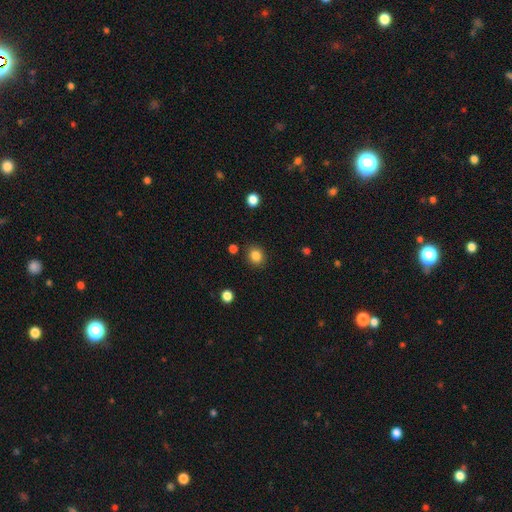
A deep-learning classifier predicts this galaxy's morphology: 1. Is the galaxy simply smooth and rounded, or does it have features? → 84% smooth, 11% star or artifact, 4% featured or disk.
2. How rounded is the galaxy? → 77% round, 22% in between, 1% cigar-shaped.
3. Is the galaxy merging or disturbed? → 86% none, 8% minor disturbance, 3% merger, 3% major disturbance.